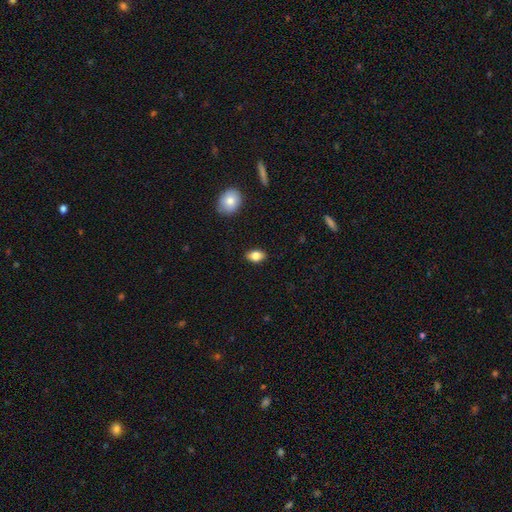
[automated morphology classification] Overall: smooth (82%). How rounded: in between (85%). Merging: none (86%).